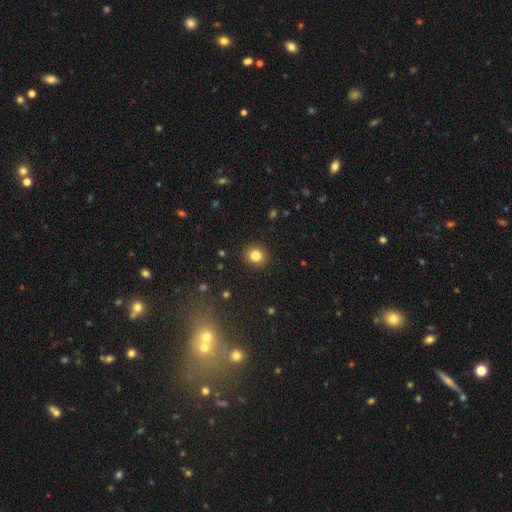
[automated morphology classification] smooth 83%, star or artifact 11%, featured or disk 6%. Down the decision tree: how rounded — round (79%); merging — none (91%).